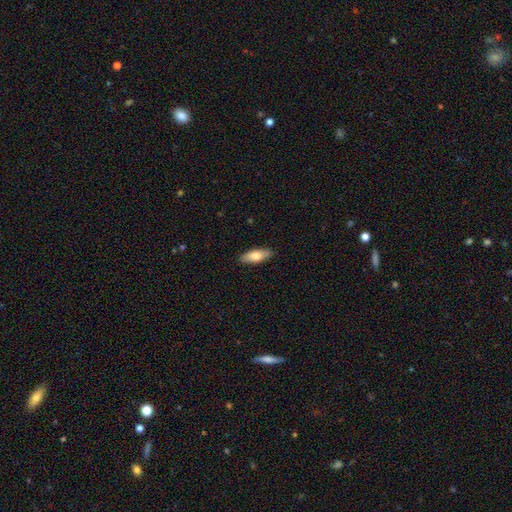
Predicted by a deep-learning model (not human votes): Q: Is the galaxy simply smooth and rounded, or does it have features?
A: smooth — 73%.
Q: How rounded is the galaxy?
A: in between — 72%.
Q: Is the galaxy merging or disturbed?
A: none — 89%.